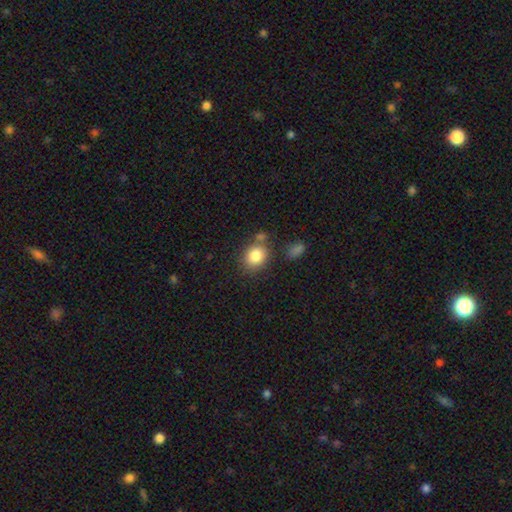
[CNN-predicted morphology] smooth-or-featured: smooth: 83% | star or artifact: 9% | featured or disk: 7%
  how-rounded: round: 63% | in between: 36% | cigar-shaped: 1%
  merging: none: 68% | minor disturbance: 14% | merger: 13% | major disturbance: 5%